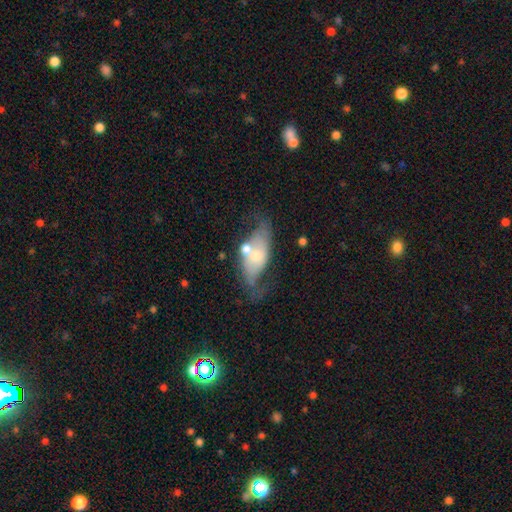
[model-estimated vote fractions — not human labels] Smooth or featured? featured or disk (65%)
Edge-on disk? no (89%)
Bar? no (71%)
Spiral arms? yes (69%)
Bulge size? moderate (49%)
Merging? none (43%)